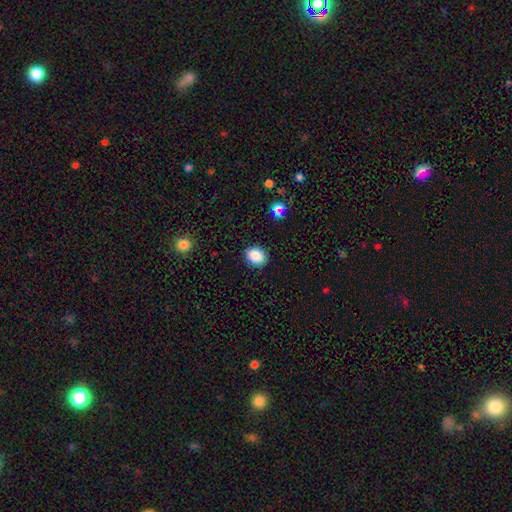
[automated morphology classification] Overall: smooth (88%). How rounded: in between (58%; round 42%). Merging: none (89%).